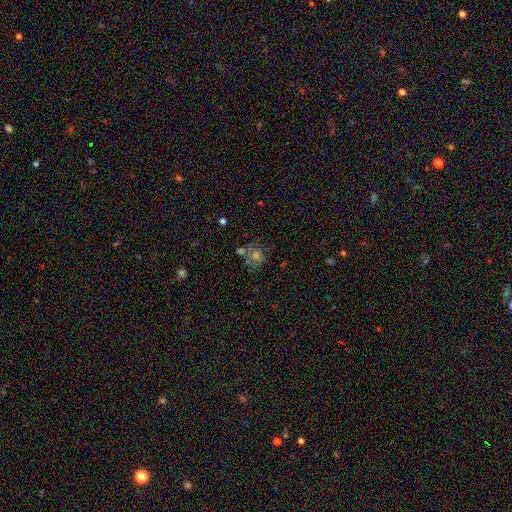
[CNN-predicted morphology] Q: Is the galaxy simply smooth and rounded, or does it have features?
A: smooth — 42%.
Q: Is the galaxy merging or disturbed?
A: none — 61%.